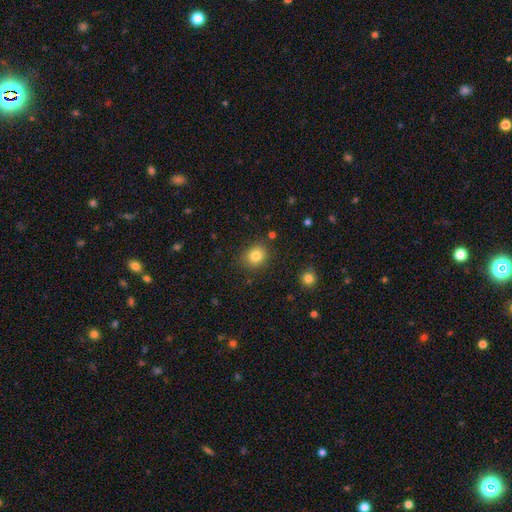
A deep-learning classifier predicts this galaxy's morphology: smooth_or_featured: smooth (p=0.82) [alt: star or artifact p=0.11]
how_rounded: round (p=0.71) [alt: in between p=0.28]
merging: none (p=0.85) [alt: minor disturbance p=0.10]